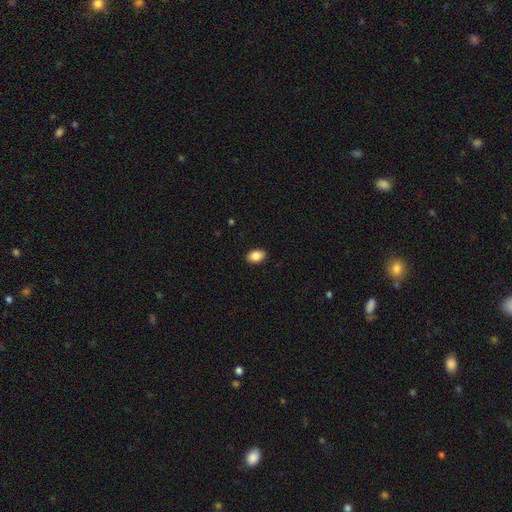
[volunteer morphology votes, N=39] Volunteers were most divided on "merging": none: 69%, minor disturbance: 23%, merger: 6%, major disturbance: 3%. More confident: how rounded — in between (85%); smooth or featured — smooth (85%).